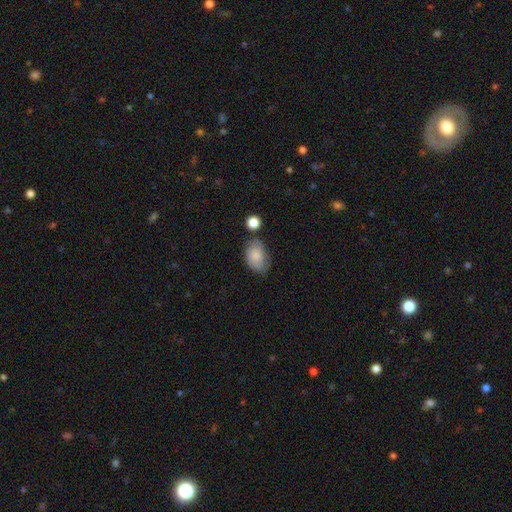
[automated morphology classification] Smooth or featured? Predicted: smooth (p=0.77). How rounded? Predicted: in between (p=0.87). Merging? Predicted: none (p=0.59).